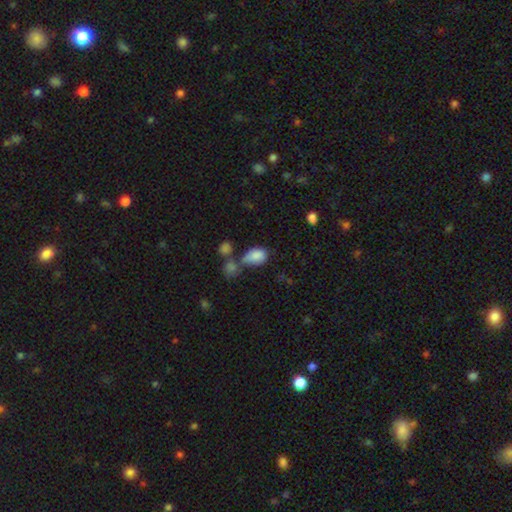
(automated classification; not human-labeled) Morphology: type=smooth (83%); roundness=in between (86%); merging=merger (36%).